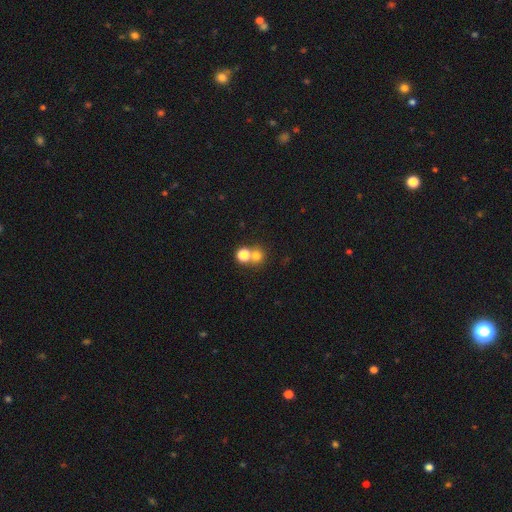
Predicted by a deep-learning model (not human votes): This appears to be a smooth galaxy with no disk features (73%) that is round (86%). Merging: none (53%).